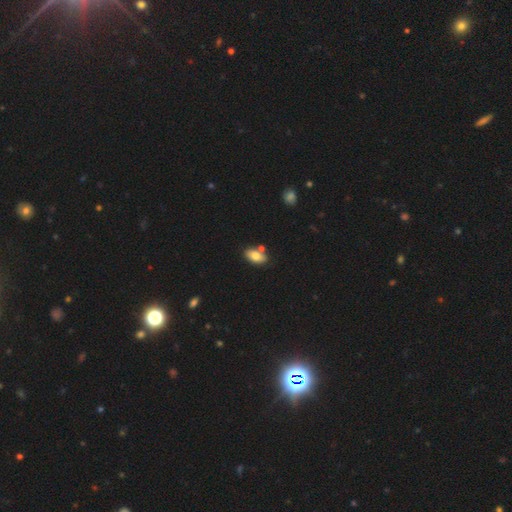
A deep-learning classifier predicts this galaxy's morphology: Smooth or featured: smooth — 81% (featured or disk — 11%)
How rounded: in between — 92% (round — 5%)
Merging: none — 68% (merger — 16%)